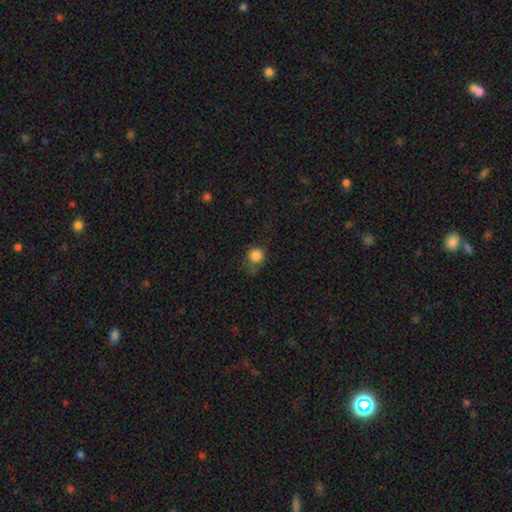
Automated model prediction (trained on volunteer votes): A smooth galaxy with no disk features (83%) that is round (83%).

Vote fractions:
- Smooth or featured? smooth: 83% / star or artifact: 11% / featured or disk: 6%
- How rounded? round: 83% / in between: 16% / cigar-shaped: 1%
- Merging? none: 51% / minor disturbance: 29% / major disturbance: 18% / merger: 2%